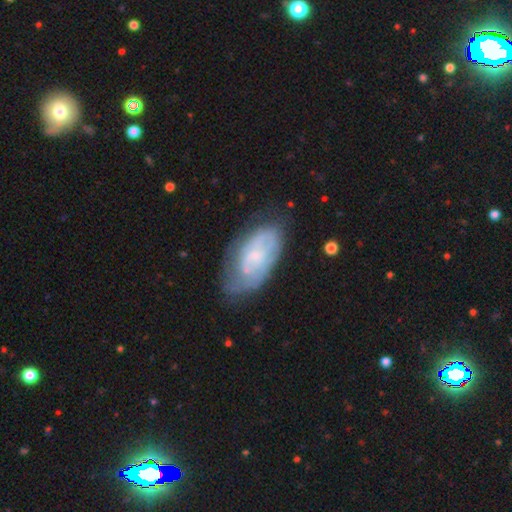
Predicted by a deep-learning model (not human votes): smooth-or-featured: featured or disk: 59% | smooth: 34% | star or artifact: 7%
  disk-edge-on: no: 94% | yes: 6%
    bar: no: 63% | weak: 32% | strong: 6%
    has-spiral-arms: yes: 66% | no: 34%
    bulge-size: small: 54% | moderate: 22% | none: 20% | large: 3% | dominant: 1%
  merging: none: 57% | minor disturbance: 28% | major disturbance: 12% | merger: 2%